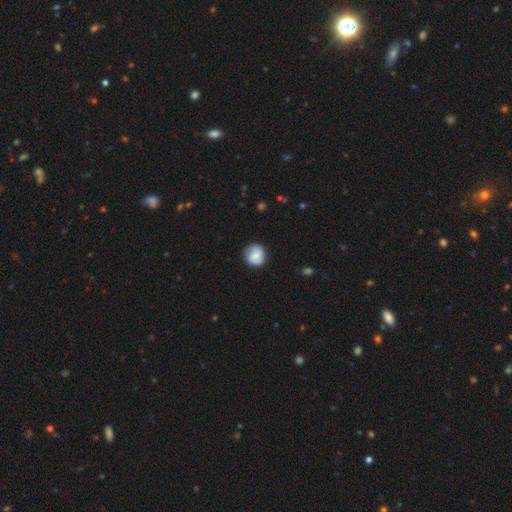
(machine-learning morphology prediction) smooth_or_featured: smooth (p=0.78) [alt: featured or disk p=0.15]
how_rounded: round (p=0.91) [alt: in between p=0.08]
merging: none (p=0.83) [alt: minor disturbance p=0.13]